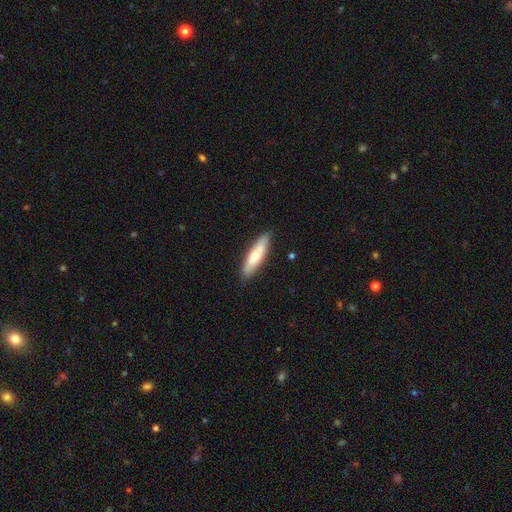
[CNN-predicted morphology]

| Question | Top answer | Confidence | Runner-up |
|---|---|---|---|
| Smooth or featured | smooth | 63% | featured or disk (31%) |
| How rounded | cigar-shaped | 69% | in between (30%) |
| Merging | none | 86% | minor disturbance (11%) |